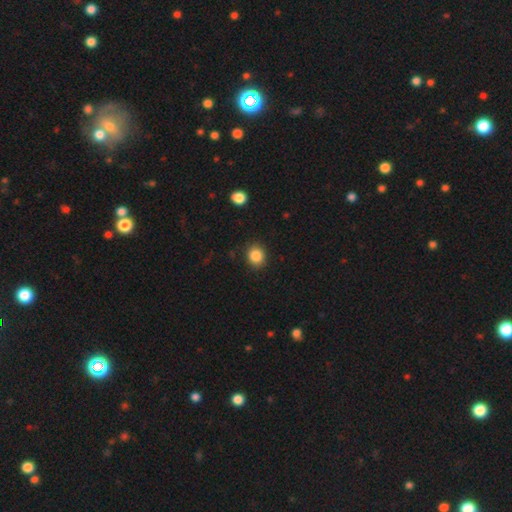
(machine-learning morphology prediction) Smooth or featured: smooth — 86% (star or artifact — 10%)
How rounded: round — 77% (in between — 23%)
Merging: none — 88% (minor disturbance — 8%)